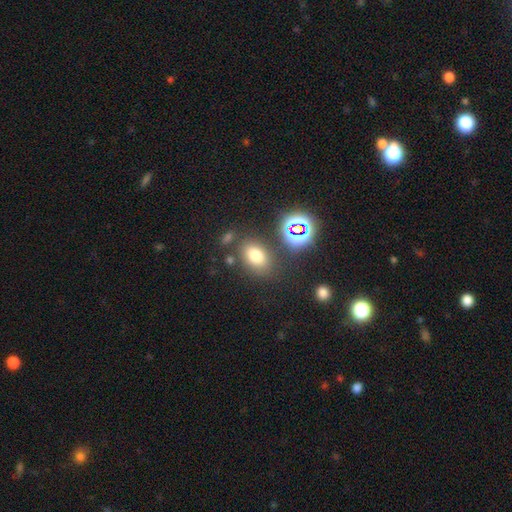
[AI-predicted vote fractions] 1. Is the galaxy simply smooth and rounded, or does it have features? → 70% smooth, 19% star or artifact, 10% featured or disk.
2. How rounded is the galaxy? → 73% in between, 25% round, 2% cigar-shaped.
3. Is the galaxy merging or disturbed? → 75% none, 12% minor disturbance, 7% merger, 5% major disturbance.